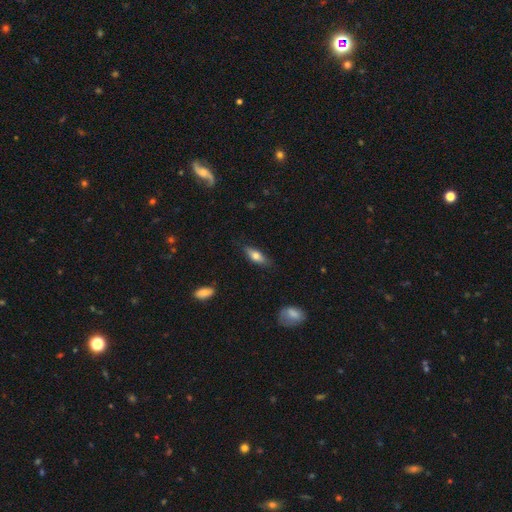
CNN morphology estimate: Q: Smooth or featured?
A: smooth (64%); runner-up: featured or disk (30%)
Q: How rounded?
A: in between (61%); runner-up: cigar-shaped (36%)
Q: Merging?
A: none (80%); runner-up: minor disturbance (16%)